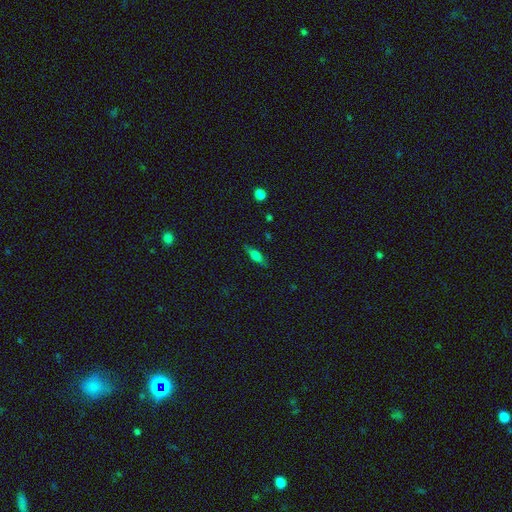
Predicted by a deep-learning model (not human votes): smooth 63%, featured or disk 28%, star or artifact 9%. Down the decision tree: how rounded — in between (51%); merging — none (82%).